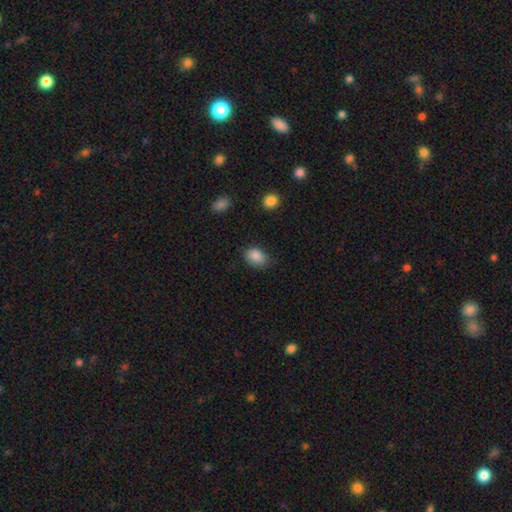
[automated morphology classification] This is clearly a smooth galaxy (86%). How rounded: likely in between (77%). Merging: likely none (72%).